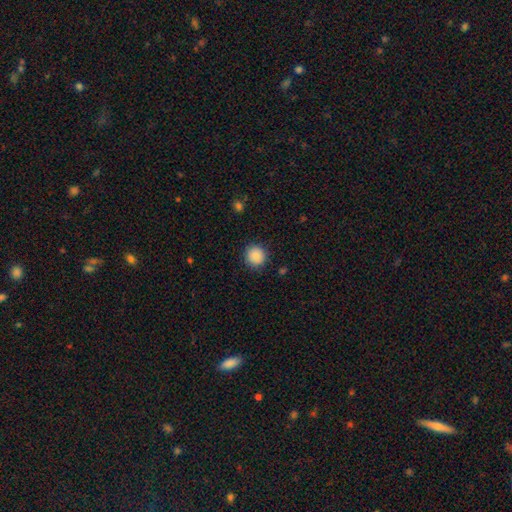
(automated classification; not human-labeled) Smooth or featured? smooth (88%)
How rounded? round (93%)
Merging? none (88%)